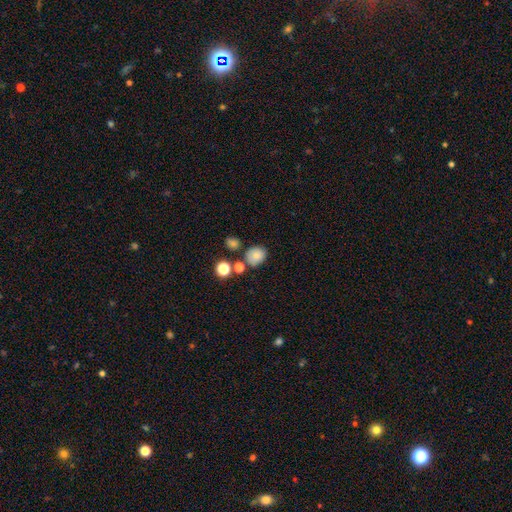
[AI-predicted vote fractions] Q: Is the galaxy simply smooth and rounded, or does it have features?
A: smooth — 78%.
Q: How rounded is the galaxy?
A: round — 65%.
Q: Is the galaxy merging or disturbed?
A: none — 70%.